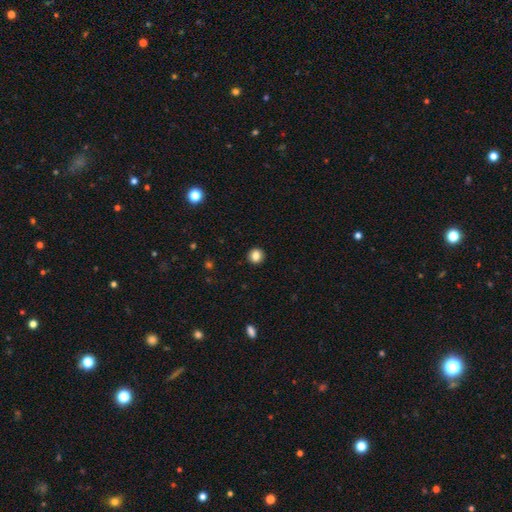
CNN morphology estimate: A smooth galaxy with no disk features (84%) that is round (90%).

Vote fractions:
- Smooth or featured? smooth: 84% / star or artifact: 10% / featured or disk: 5%
- How rounded? round: 90% / in between: 9% / cigar-shaped: 1%
- Merging? none: 92% / minor disturbance: 5% / major disturbance: 2% / merger: 1%